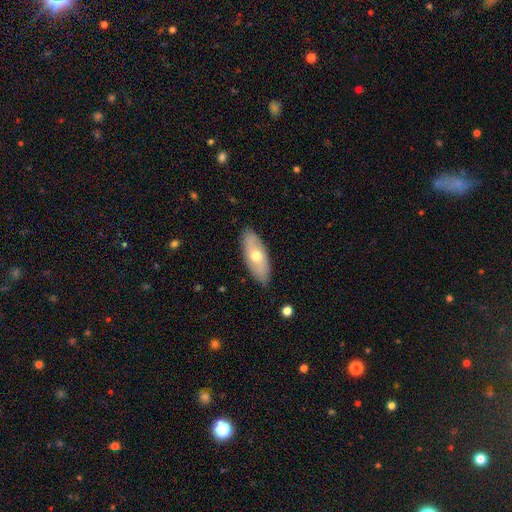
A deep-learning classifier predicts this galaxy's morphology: Smooth or featured? smooth (54%)
How rounded? in between (81%)
Merging? none (86%)